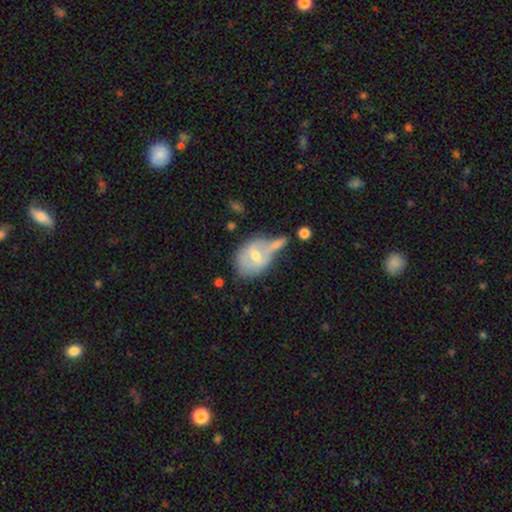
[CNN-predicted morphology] The model was most divided on "smooth or featured": smooth: 47%, featured or disk: 46%, star or artifact: 8%. Remaining: merging — merger (31%).